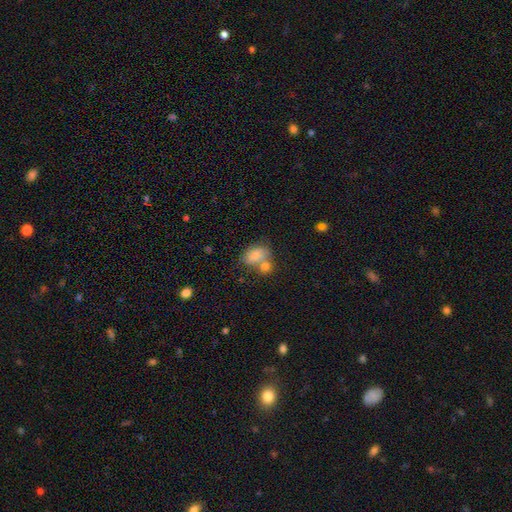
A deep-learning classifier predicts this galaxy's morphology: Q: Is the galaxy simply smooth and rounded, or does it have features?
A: smooth — 76%.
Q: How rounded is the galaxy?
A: in between — 69%.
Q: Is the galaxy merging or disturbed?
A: merger — 46%.